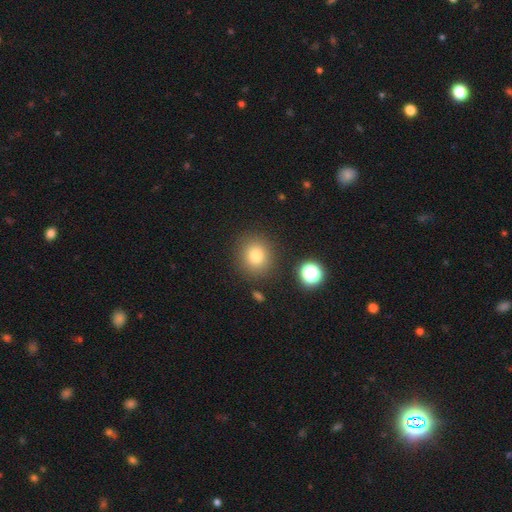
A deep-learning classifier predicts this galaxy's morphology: Smooth or featured: smooth — 80% (star or artifact — 13%)
How rounded: round — 88% (in between — 11%)
Merging: none — 87% (minor disturbance — 7%)